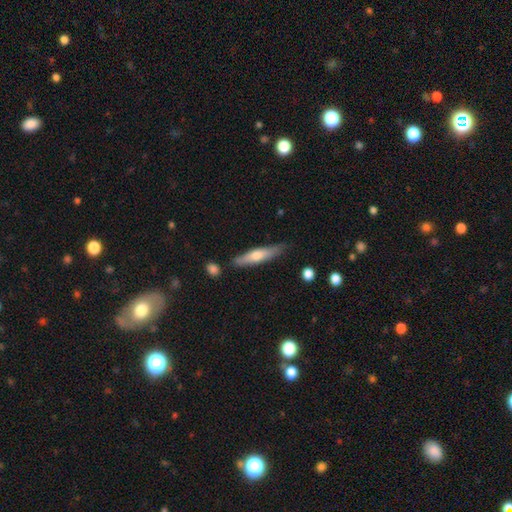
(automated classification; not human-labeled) Smooth or featured: featured or disk — 47% (smooth — 46%)
Merging: none — 82% (minor disturbance — 13%)